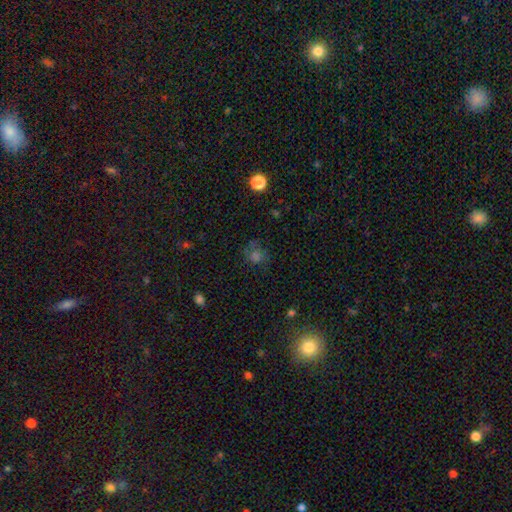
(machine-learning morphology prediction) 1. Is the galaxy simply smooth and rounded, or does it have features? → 52% smooth, 32% star or artifact, 16% featured or disk.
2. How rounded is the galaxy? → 77% round, 21% in between, 1% cigar-shaped.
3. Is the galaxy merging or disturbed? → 66% none, 18% minor disturbance, 12% major disturbance, 4% merger.